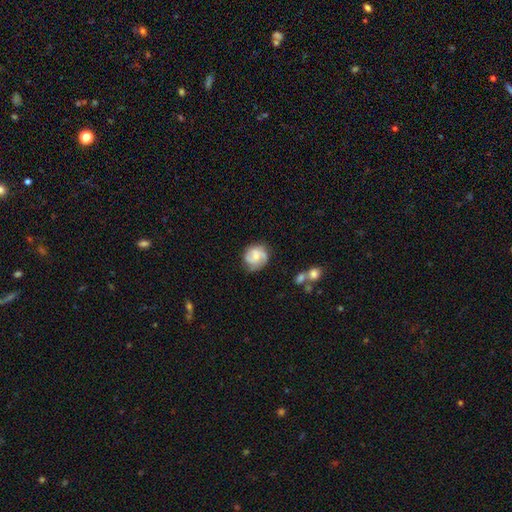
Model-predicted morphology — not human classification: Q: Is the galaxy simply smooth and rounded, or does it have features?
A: featured or disk — 56%.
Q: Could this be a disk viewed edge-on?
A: no — 98%.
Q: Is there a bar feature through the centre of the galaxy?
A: no — 57%.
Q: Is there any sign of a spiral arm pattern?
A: yes — 89%.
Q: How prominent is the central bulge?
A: small — 45%.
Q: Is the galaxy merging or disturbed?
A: none — 67%.